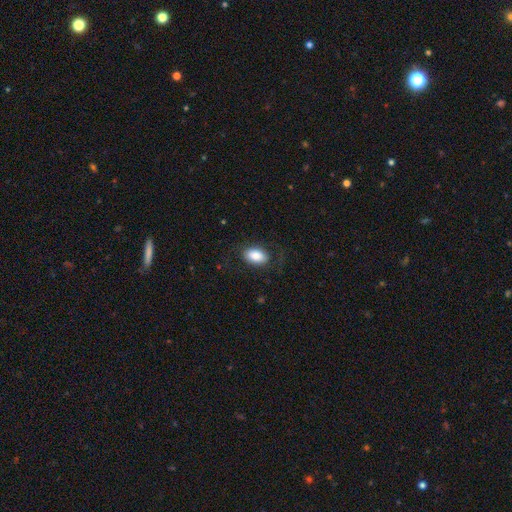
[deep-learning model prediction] Smooth or featured? Predicted: smooth (p=0.80). How rounded? Predicted: in between (p=0.91). Merging? Predicted: none (p=0.72).